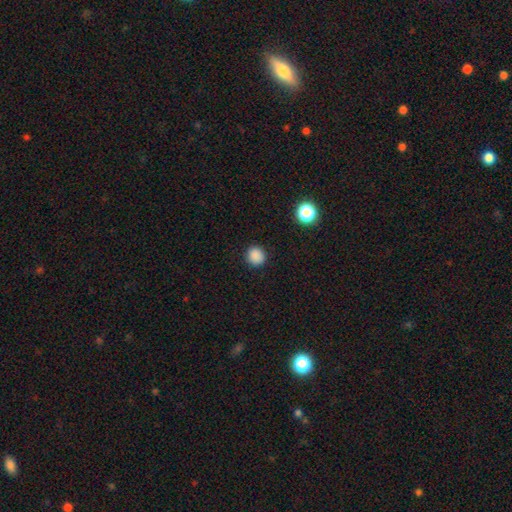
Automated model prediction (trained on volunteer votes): Q: Smooth or featured?
A: smooth (87%); runner-up: star or artifact (11%)
Q: How rounded?
A: round (89%); runner-up: in between (10%)
Q: Merging?
A: none (91%); runner-up: minor disturbance (6%)